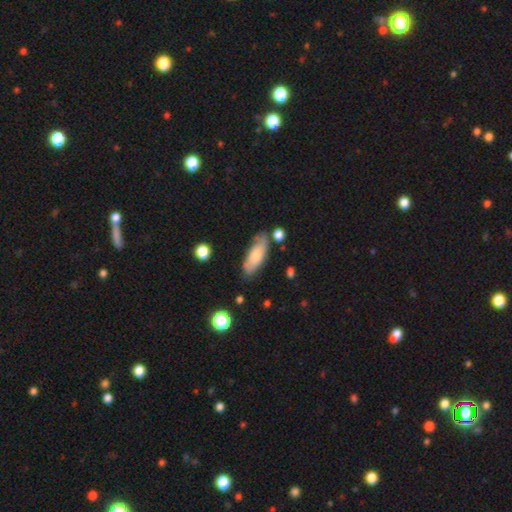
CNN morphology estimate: A smooth galaxy with no disk features (69%) that is in between round and cigar-shaped (69%). Merging: none (68%).